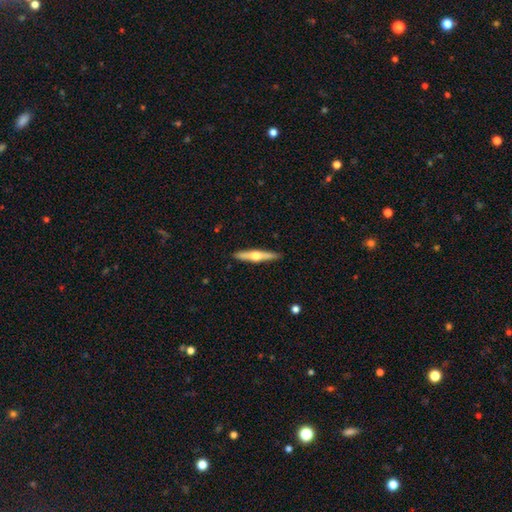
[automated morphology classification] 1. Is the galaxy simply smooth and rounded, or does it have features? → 60% featured or disk, 35% smooth, 5% star or artifact.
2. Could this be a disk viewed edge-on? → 96% yes, 4% no.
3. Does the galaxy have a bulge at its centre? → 94% rounded, 4% none, 2% boxy.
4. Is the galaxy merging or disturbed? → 91% none, 7% minor disturbance, 1% major disturbance, 1% merger.